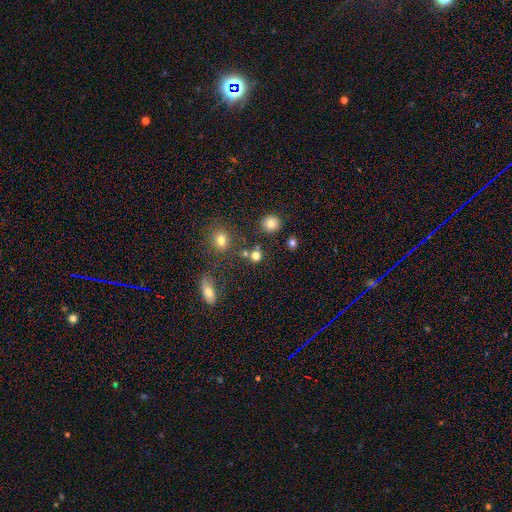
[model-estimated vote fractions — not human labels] Smooth or featured? smooth (77%)
How rounded? round (83%)
Merging? none (71%)